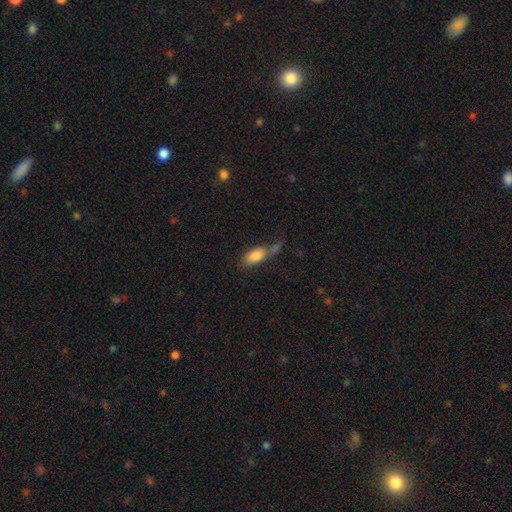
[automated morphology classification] Smooth or featured?
  - smooth: 83% *
  - featured or disk: 10%
  - star or artifact: 8%
How rounded?
  - in between: 87% *
  - cigar-shaped: 10%
  - round: 3%
Merging?
  - none: 43% *
  - merger: 23%
  - minor disturbance: 22%
  - major disturbance: 11%